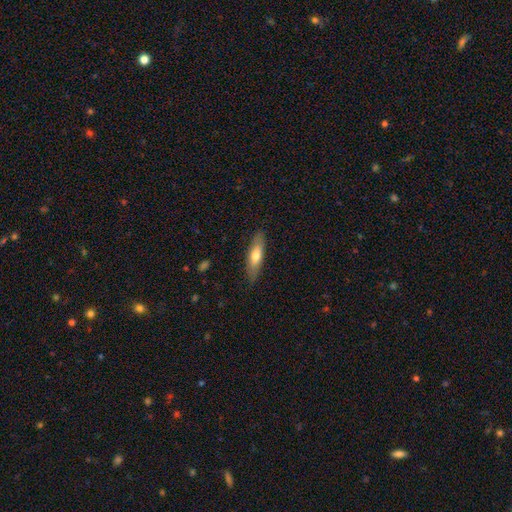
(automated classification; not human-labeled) Overall: smooth (65%; featured or disk 29%). How rounded: cigar-shaped (60%; in between 38%). Merging: none (85%).